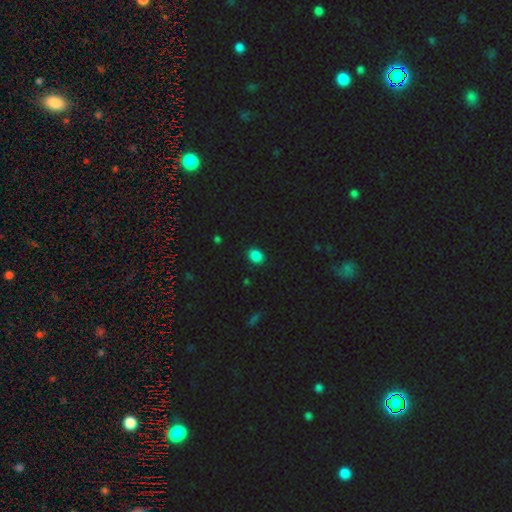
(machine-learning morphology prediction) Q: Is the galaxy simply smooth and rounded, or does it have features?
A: smooth — 86%.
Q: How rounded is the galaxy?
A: in between — 56%.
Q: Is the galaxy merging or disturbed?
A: none — 88%.